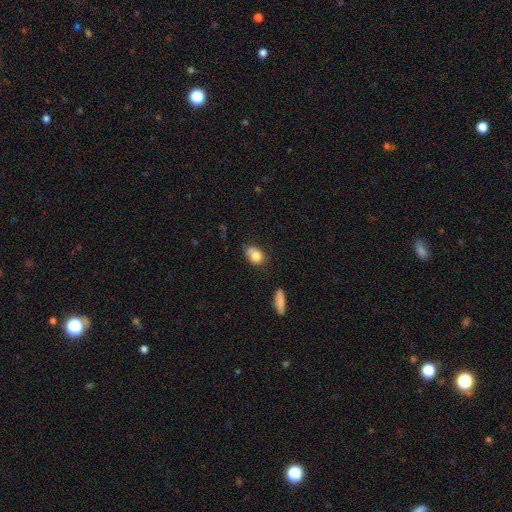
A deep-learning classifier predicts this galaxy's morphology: Smooth or featured?
  - smooth: 78% *
  - featured or disk: 13%
  - star or artifact: 9%
How rounded?
  - in between: 64% *
  - round: 35%
  - cigar-shaped: 2%
Merging?
  - none: 50% *
  - minor disturbance: 29%
  - merger: 12%
  - major disturbance: 9%